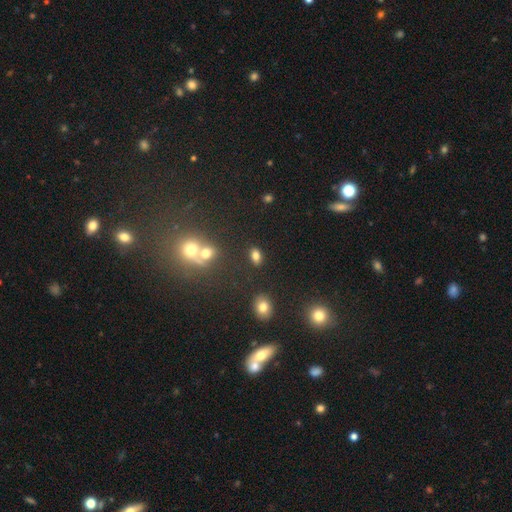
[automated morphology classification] Smooth or featured? smooth (79%)
How rounded? in between (83%)
Merging? none (80%)